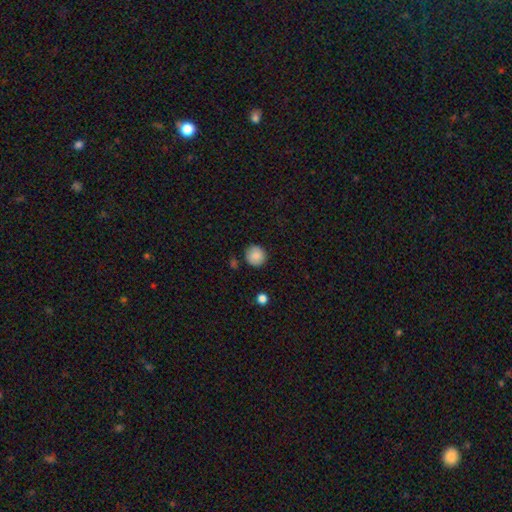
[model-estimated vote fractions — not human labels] Smooth or featured?
  - smooth: 87% *
  - star or artifact: 8%
  - featured or disk: 5%
How rounded?
  - round: 92% *
  - in between: 7%
  - cigar-shaped: 1%
Merging?
  - none: 87% *
  - minor disturbance: 9%
  - major disturbance: 2%
  - merger: 2%